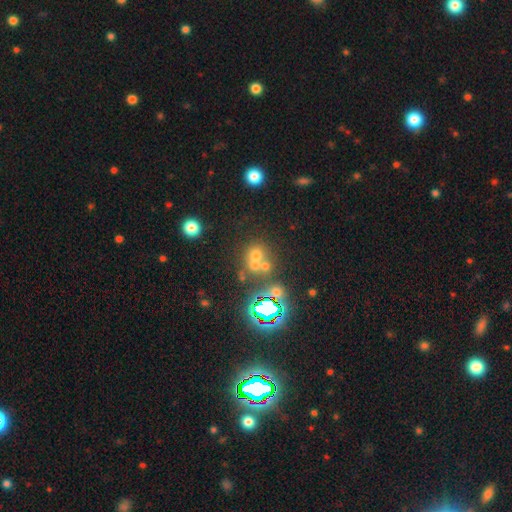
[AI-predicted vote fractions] smooth_or_featured: smooth (p=0.52) [alt: star or artifact p=0.28]
how_rounded: round (p=0.80) [alt: in between p=0.19]
merging: none (p=0.43) [tied with: merger p=0.43]